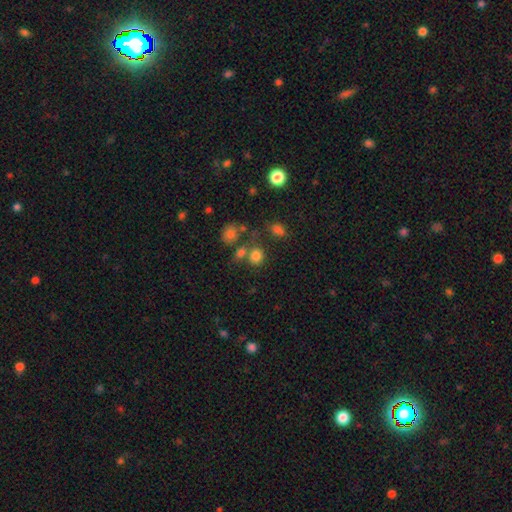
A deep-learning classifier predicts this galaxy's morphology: Overall: smooth (77%). How rounded: round (72%). Merging: none (56%; merger 26%).